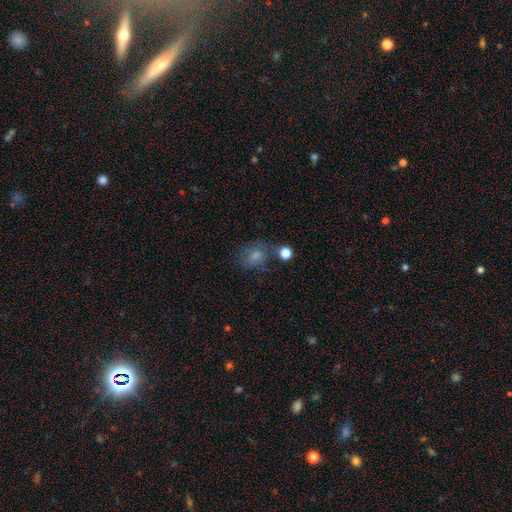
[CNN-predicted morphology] A smooth galaxy with no disk features (73%) that is round (50%).

Vote fractions:
- Smooth or featured? smooth: 73% / featured or disk: 15% / star or artifact: 12%
- How rounded? round: 50% / in between: 49% / cigar-shaped: 1%
- Merging? none: 53% / minor disturbance: 22% / major disturbance: 13% / merger: 12%